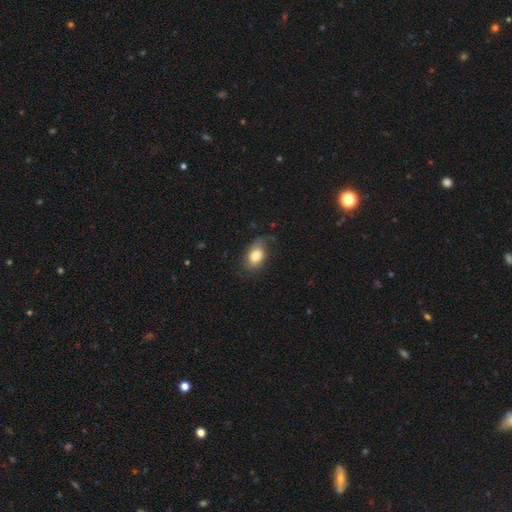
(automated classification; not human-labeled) Overall: smooth (75%). How rounded: in between (86%). Merging: none (57%; minor disturbance 28%).